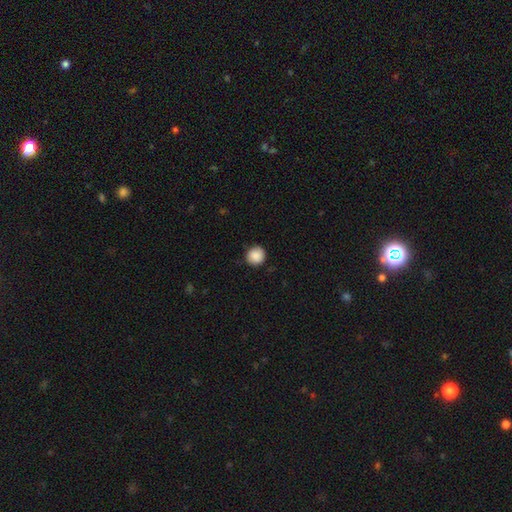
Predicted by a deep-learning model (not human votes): Overall: smooth (89%). How rounded: round (93%). Merging: none (88%).